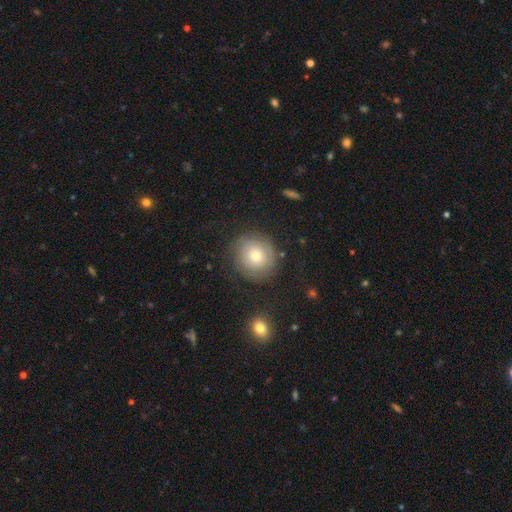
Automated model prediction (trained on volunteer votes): Morphology: type=smooth (59%); roundness=round (89%); merging=none (79%).